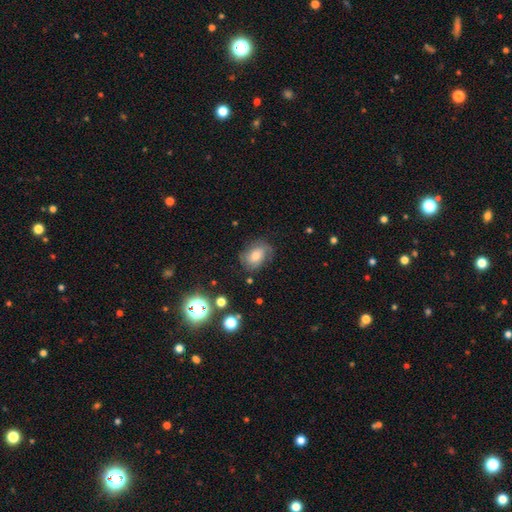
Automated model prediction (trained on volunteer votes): Smooth or featured?
  - smooth: 58% *
  - featured or disk: 30%
  - star or artifact: 11%
How rounded?
  - in between: 67% *
  - round: 32%
  - cigar-shaped: 1%
Merging?
  - none: 68% *
  - minor disturbance: 22%
  - major disturbance: 8%
  - merger: 2%